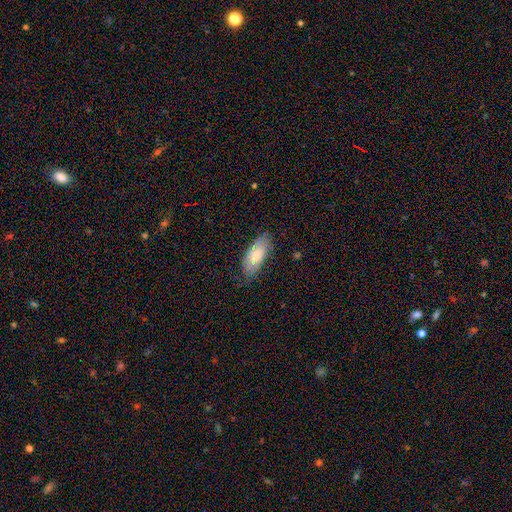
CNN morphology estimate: smooth 72%, featured or disk 20%, star or artifact 7%. Down the decision tree: how rounded — in between (82%); merging — none (71%).